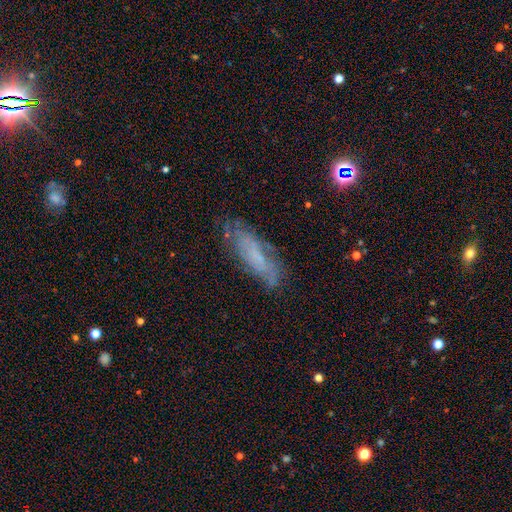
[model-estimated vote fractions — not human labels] featured or disk 43%, smooth 37%, star or artifact 20%. Down the decision tree: merging — none (77%).